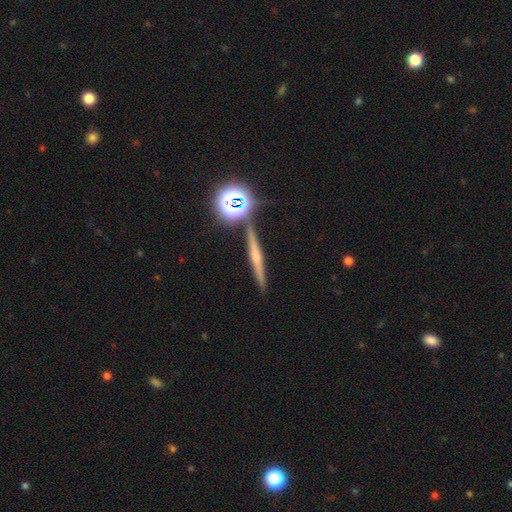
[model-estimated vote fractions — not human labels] This is possibly a featured or disk galaxy (48%). Merging: clearly none (87%).